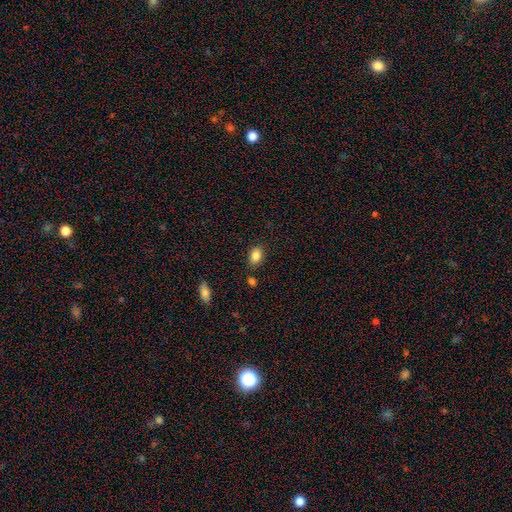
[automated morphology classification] Smooth or featured? smooth (86%)
How rounded? in between (82%)
Merging? none (78%)